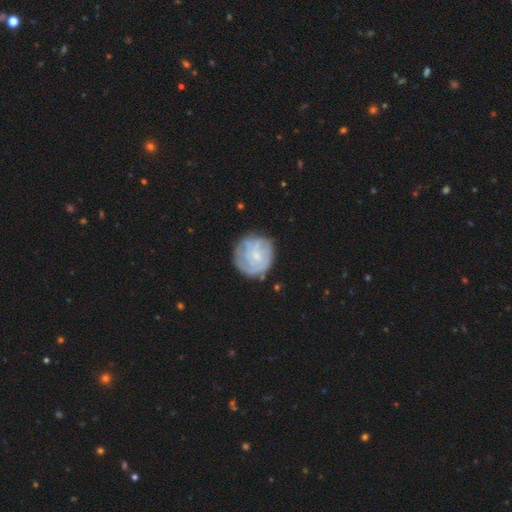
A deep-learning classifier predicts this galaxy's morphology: Smooth or featured?
  - featured or disk: 57% *
  - smooth: 36%
  - star or artifact: 7%
Edge-on disk?
  - no: 98% *
  - yes: 2%
Bar?
  - no: 68% *
  - weak: 28%
  - strong: 4%
Spiral arms?
  - yes: 70% *
  - no: 30%
Bulge size?
  - small: 65% *
  - moderate: 16%
  - none: 16%
  - large: 1%
  - dominant: 1%
Merging?
  - none: 73% *
  - minor disturbance: 18%
  - major disturbance: 7%
  - merger: 2%